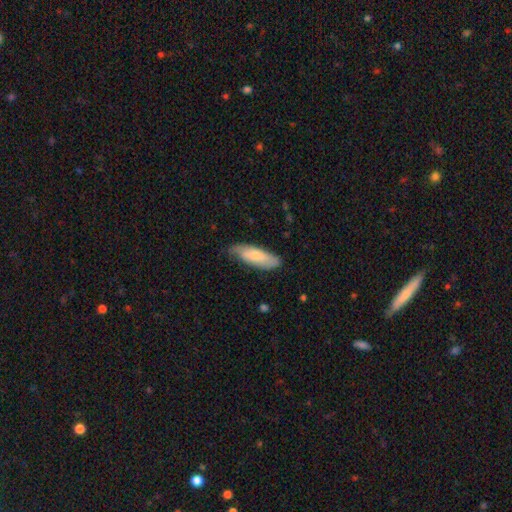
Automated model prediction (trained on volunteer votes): smooth-or-featured: smooth: 72% | featured or disk: 23% | star or artifact: 5%
  how-rounded: in between: 58% | cigar-shaped: 41% | round: 2%
  merging: none: 66% | minor disturbance: 28% | major disturbance: 5% | merger: 1%